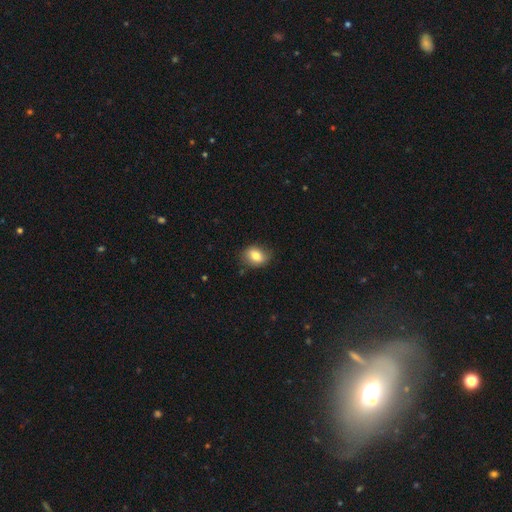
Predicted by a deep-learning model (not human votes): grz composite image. It shows a smooth galaxy with no disk features (79%) that is in between round and cigar-shaped (61%). Merging: none (76%).